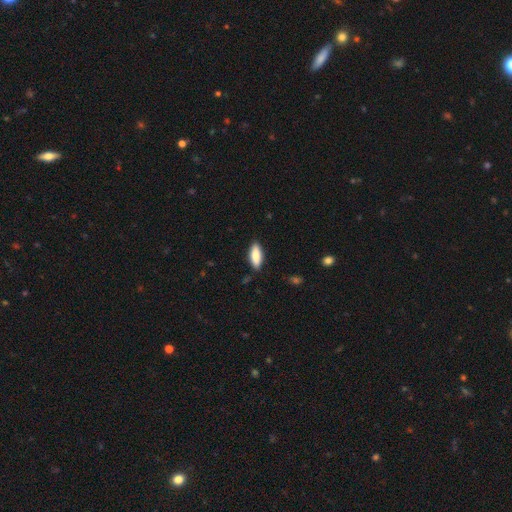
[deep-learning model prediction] The model was most divided on "how rounded": in between: 72%, cigar-shaped: 26%, round: 2%. More confident: merging — none (87%); smooth or featured — smooth (83%).